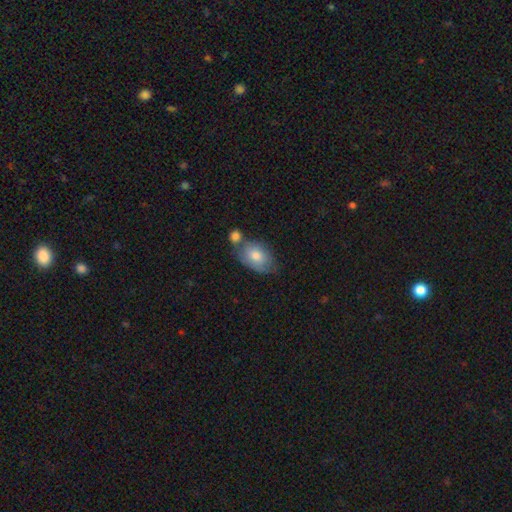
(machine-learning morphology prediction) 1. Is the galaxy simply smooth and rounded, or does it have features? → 75% smooth, 18% featured or disk, 7% star or artifact.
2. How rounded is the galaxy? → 84% in between, 15% round, 1% cigar-shaped.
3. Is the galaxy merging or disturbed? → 45% none, 29% merger, 20% minor disturbance, 6% major disturbance.